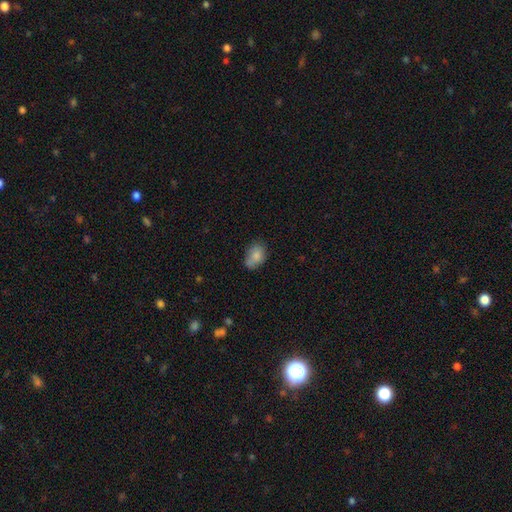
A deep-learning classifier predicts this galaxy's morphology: This appears to be a smooth galaxy with no disk features (82%) that is in between round and cigar-shaped (82%). Merging: none (61%).